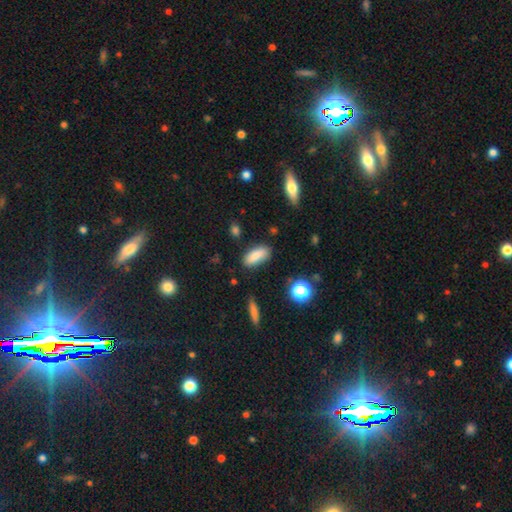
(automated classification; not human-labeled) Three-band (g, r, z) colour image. It shows a smooth galaxy with no disk features (83%) that is in between round and cigar-shaped (79%). Merging: none (80%).